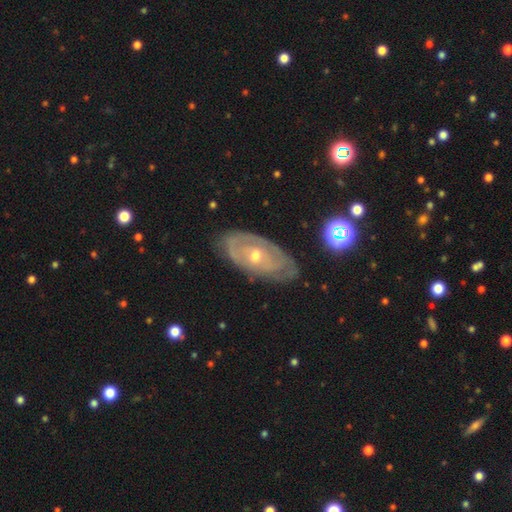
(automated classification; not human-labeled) smooth_or_featured: featured or disk (p=0.76) [alt: smooth p=0.18]
disk_edge_on: no (p=0.92) [alt: yes p=0.08]
bar: no (p=0.75) [alt: weak p=0.21]
has_spiral_arms: yes (p=0.65) [alt: no p=0.35]
bulge_size: moderate (p=0.52) [alt: small p=0.45]
merging: none (p=0.70) [alt: minor disturbance p=0.22]